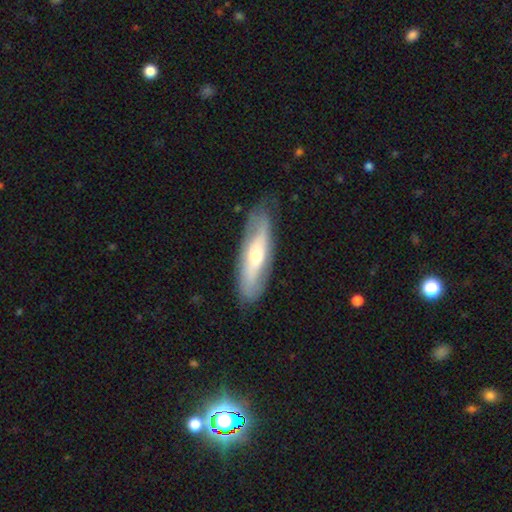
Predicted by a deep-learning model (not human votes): This is likely a featured or disk galaxy (62%). It is likely not viewed edge-on (60%). Merging: clearly none (80%).